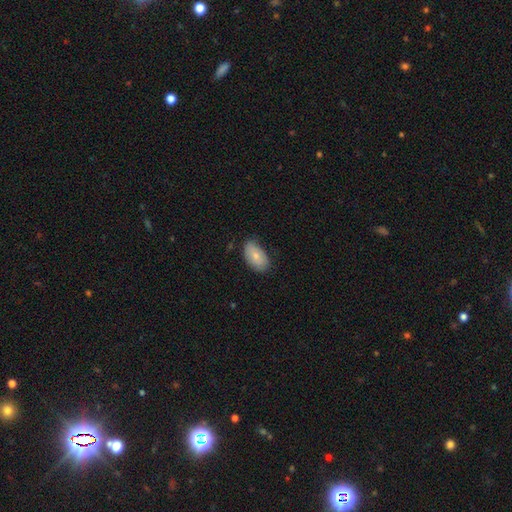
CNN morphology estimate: Smooth or featured?
  - smooth: 76% *
  - featured or disk: 17%
  - star or artifact: 7%
How rounded?
  - in between: 93% *
  - round: 6%
  - cigar-shaped: 2%
Merging?
  - none: 74% *
  - minor disturbance: 21%
  - major disturbance: 3%
  - merger: 1%